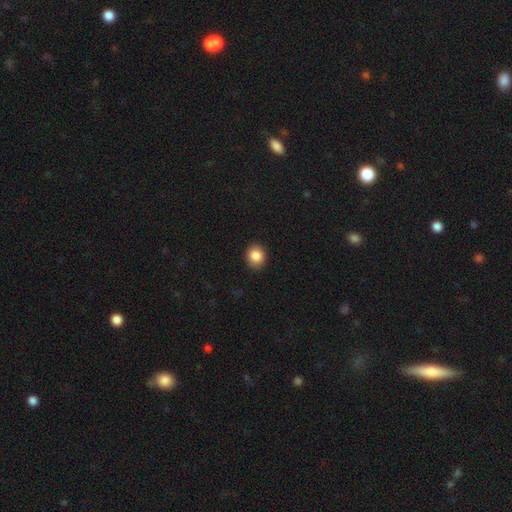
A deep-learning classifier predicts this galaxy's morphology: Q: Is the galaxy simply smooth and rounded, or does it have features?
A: smooth — 86%.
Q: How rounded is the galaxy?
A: round — 71%.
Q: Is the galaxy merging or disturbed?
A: none — 90%.